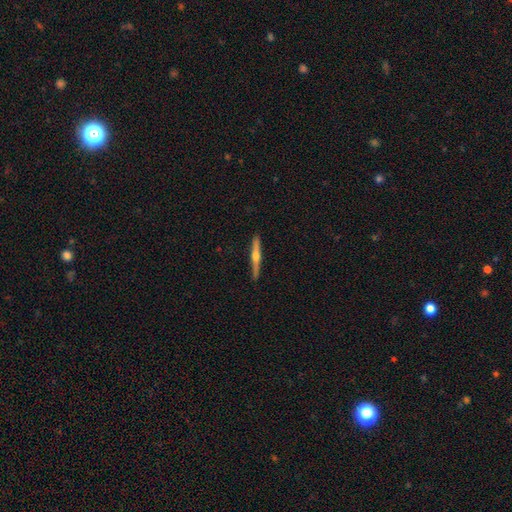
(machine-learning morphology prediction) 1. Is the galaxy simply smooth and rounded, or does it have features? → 71% featured or disk, 23% smooth, 5% star or artifact.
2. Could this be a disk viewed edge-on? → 98% yes, 2% no.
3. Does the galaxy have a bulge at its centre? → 92% rounded, 4% none, 3% boxy.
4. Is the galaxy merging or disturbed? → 91% none, 6% minor disturbance, 1% major disturbance, 1% merger.